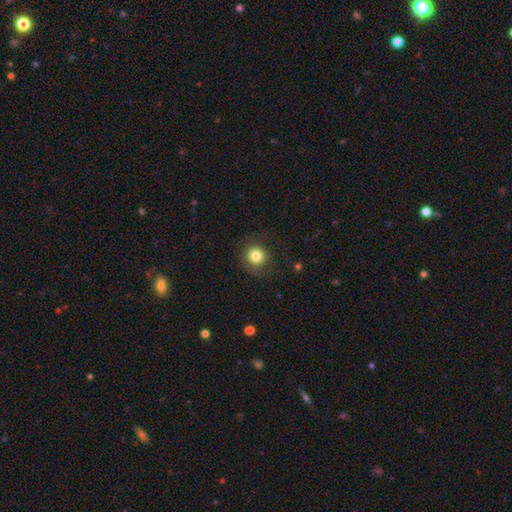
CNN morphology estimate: Smooth or featured?
  - smooth: 82% *
  - star or artifact: 11%
  - featured or disk: 8%
How rounded?
  - round: 90% *
  - in between: 9%
  - cigar-shaped: 1%
Merging?
  - none: 84% *
  - minor disturbance: 10%
  - major disturbance: 5%
  - merger: 1%